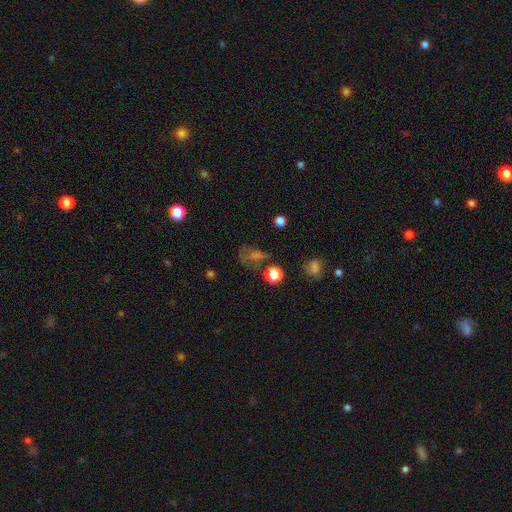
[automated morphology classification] The model was most divided on "smooth or featured": smooth: 46%, star or artifact: 32%, featured or disk: 22%. Remaining: merging — none (44%).